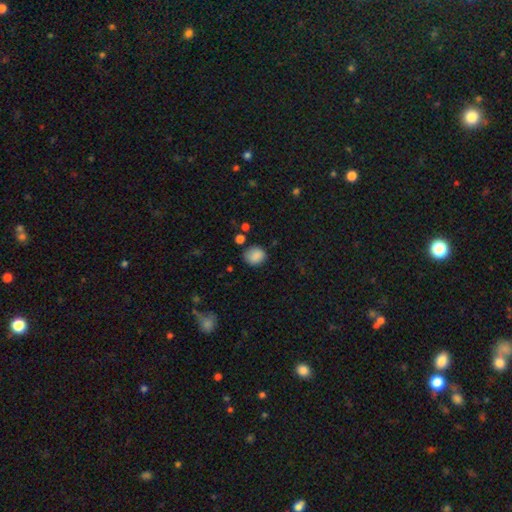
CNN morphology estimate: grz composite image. It shows a smooth galaxy with no disk features (86%) that is round (72%). Merging: none (75%).